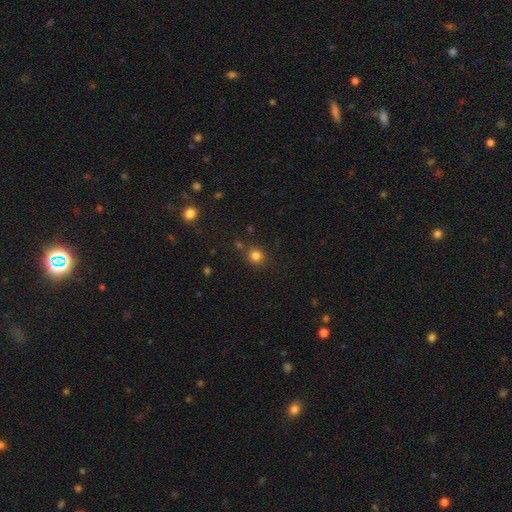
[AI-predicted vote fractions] Smooth or featured? Predicted: smooth (p=0.81). How rounded? Predicted: round (p=0.88). Merging? Predicted: none (p=0.81).